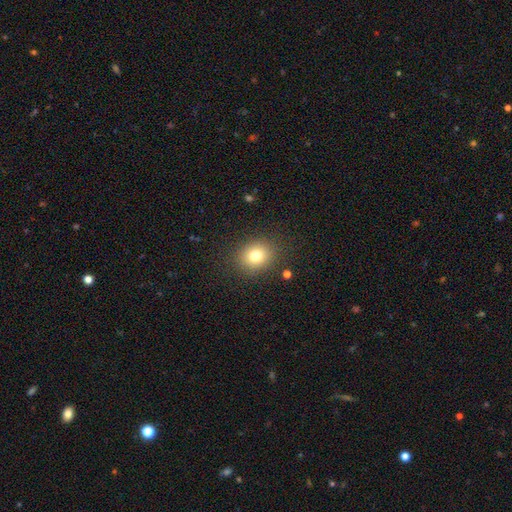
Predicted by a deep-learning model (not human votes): Smooth or featured: smooth — 78% (star or artifact — 13%)
How rounded: round — 68% (in between — 31%)
Merging: none — 87% (minor disturbance — 8%)